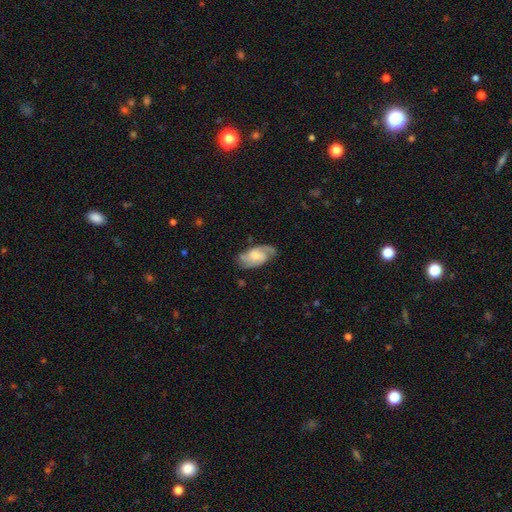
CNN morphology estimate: smooth_or_featured: featured or disk (p=0.73) [alt: smooth p=0.21]
disk_edge_on: no (p=0.95) [alt: yes p=0.05]
bar: no (p=0.60) [alt: weak p=0.33]
has_spiral_arms: yes (p=0.94) [alt: no p=0.06]
spiral_winding: medium (p=0.47) [alt: tight p=0.34]
spiral_arm_count: 2 (p=0.76) [alt: can't tell p=0.10]
bulge_size: moderate (p=0.47) [alt: small p=0.38]
merging: none (p=0.73) [alt: minor disturbance p=0.19]